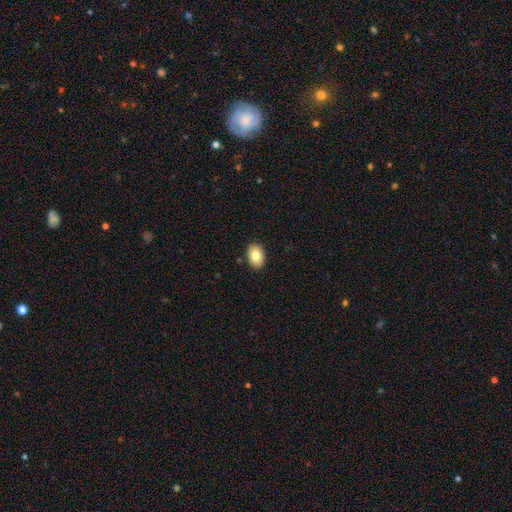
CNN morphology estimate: This is clearly a smooth galaxy (82%). How rounded: clearly in between (83%). Merging: clearly none (90%).